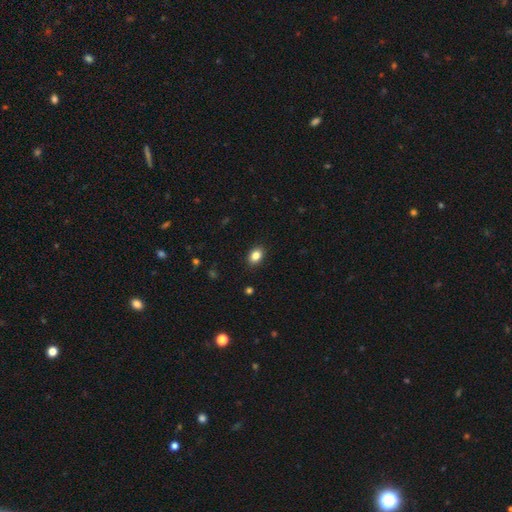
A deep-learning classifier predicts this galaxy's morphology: A smooth galaxy with no disk features (84%) that is in between round and cigar-shaped (76%).

Vote fractions:
- Smooth or featured? smooth: 84% / star or artifact: 9% / featured or disk: 6%
- How rounded? in between: 76% / round: 23% / cigar-shaped: 1%
- Merging? none: 89% / minor disturbance: 8% / major disturbance: 2% / merger: 1%